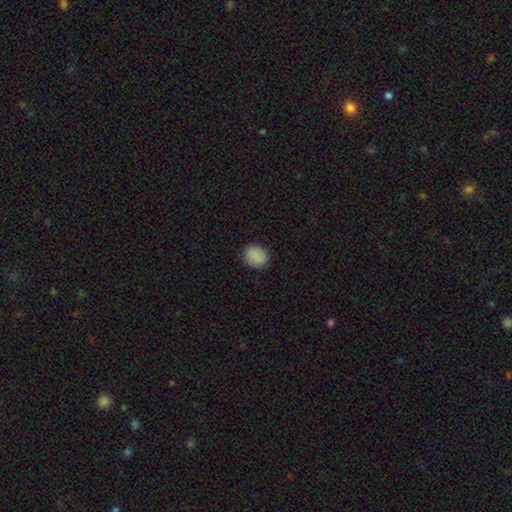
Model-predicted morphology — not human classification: smooth_or_featured: smooth (p=0.85) [alt: star or artifact p=0.08]
how_rounded: round (p=0.74) [alt: in between p=0.25]
merging: none (p=0.87) [alt: minor disturbance p=0.10]